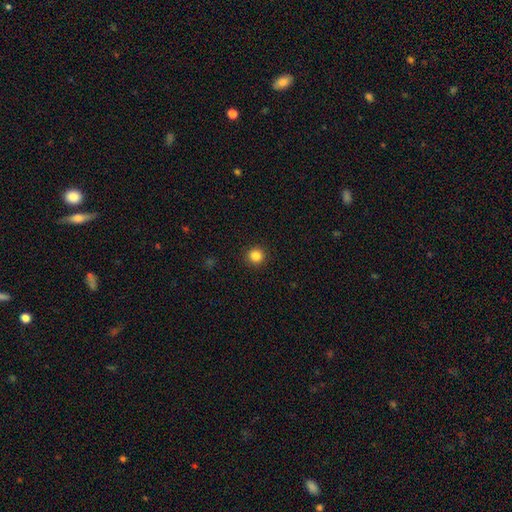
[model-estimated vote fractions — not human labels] Smooth or featured: smooth — 85% (star or artifact — 12%)
How rounded: round — 95% (in between — 4%)
Merging: none — 93% (minor disturbance — 5%)